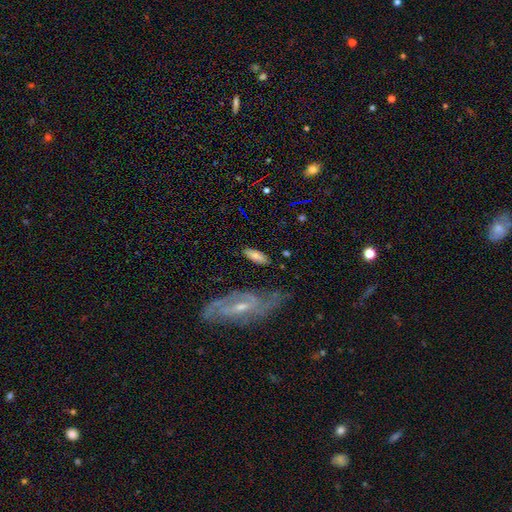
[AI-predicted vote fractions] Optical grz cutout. It shows a smooth galaxy with no disk features (69%) that is in between round and cigar-shaped (74%). Merging: none (74%).